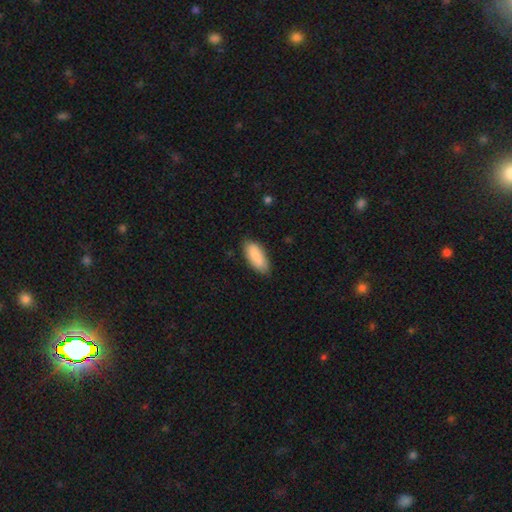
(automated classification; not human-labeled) smooth 87%, featured or disk 7%, star or artifact 6%. Down the decision tree: how rounded — in between (79%); merging — none (79%).